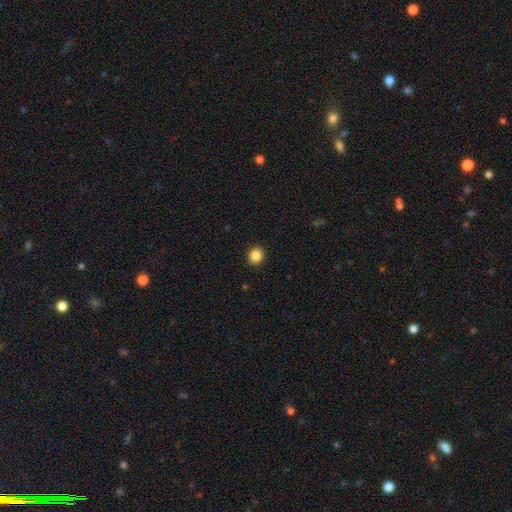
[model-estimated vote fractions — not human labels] smooth-or-featured: smooth: 86% | star or artifact: 10% | featured or disk: 4%
  how-rounded: round: 81% | in between: 18% | cigar-shaped: 1%
  merging: none: 92% | minor disturbance: 5% | major disturbance: 2% | merger: 1%